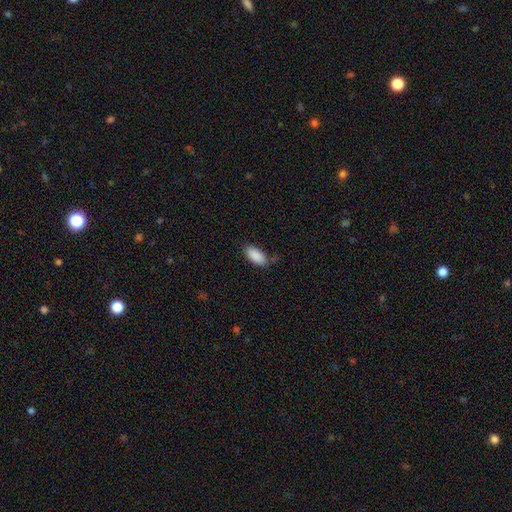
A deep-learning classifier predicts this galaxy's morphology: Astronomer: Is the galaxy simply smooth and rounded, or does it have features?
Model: smooth — 89%.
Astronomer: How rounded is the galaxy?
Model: in between — 90%.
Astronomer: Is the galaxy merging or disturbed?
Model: none — 75%.